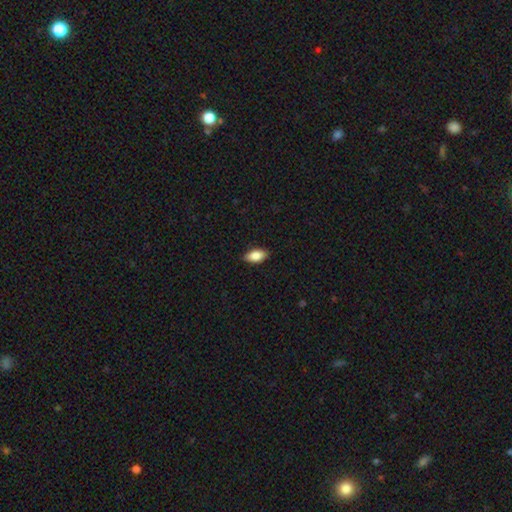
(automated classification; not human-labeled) Morphology: type=smooth (84%); roundness=in between (91%); merging=none (87%).